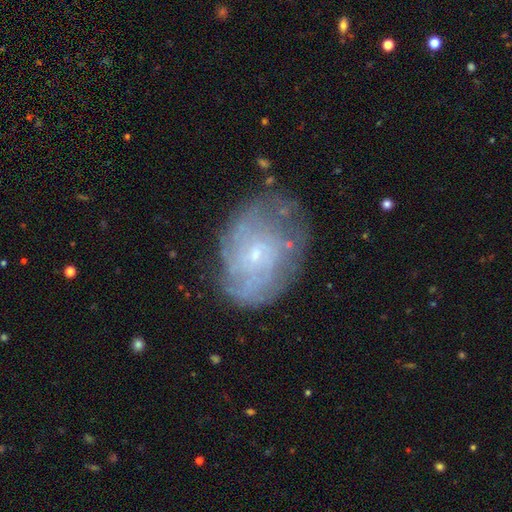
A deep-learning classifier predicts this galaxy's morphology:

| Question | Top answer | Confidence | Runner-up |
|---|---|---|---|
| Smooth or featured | featured or disk | 71% | smooth (20%) |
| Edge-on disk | no | 97% | yes (3%) |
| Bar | no | 71% | weak (25%) |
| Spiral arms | yes | 79% | no (21%) |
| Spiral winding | tight | 57% | medium (29%) |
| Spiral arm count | can't tell | 56% | 2 (12%) |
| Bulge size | small | 79% | moderate (15%) |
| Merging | none | 63% | minor disturbance (23%) |